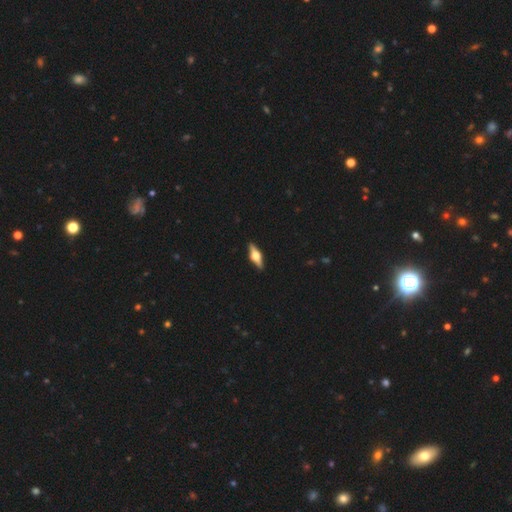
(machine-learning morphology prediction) Overall: featured or disk (70%). Edge-on disk: yes (96%). Edge-on bulge: rounded (94%). Merging: none (91%).